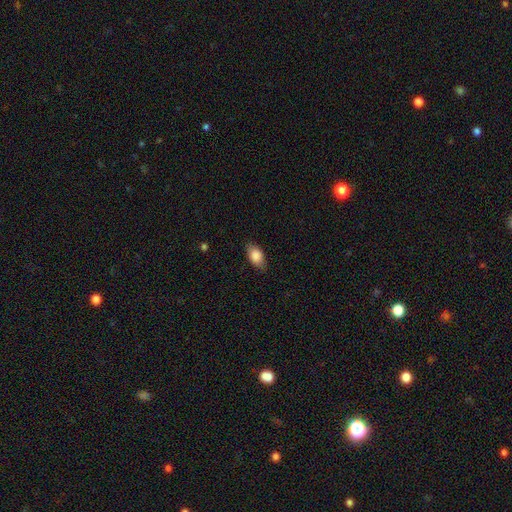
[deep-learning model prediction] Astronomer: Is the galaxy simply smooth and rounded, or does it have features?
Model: smooth — 82%.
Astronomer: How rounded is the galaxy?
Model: in between — 87%.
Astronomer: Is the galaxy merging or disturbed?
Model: none — 78%.